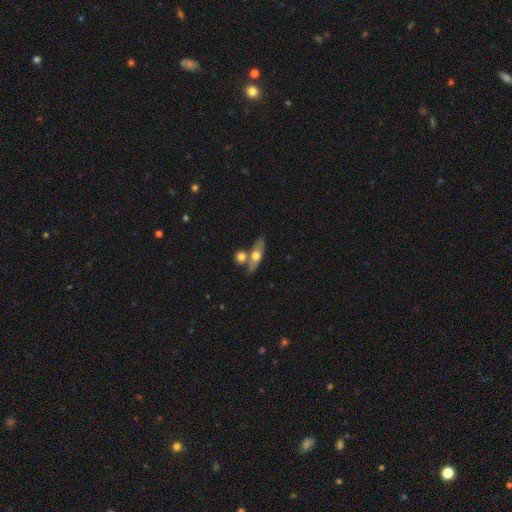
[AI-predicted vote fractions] Smooth or featured? smooth (51%)
How rounded? in between (55%)
Merging? none (60%)